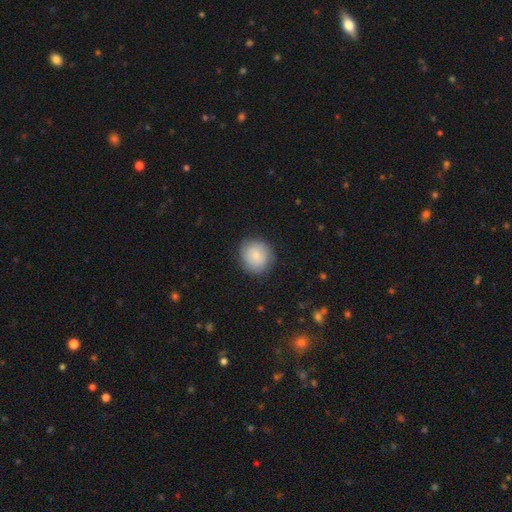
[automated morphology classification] This is likely a smooth galaxy (79%). How rounded: clearly round (86%). Merging: clearly none (84%).